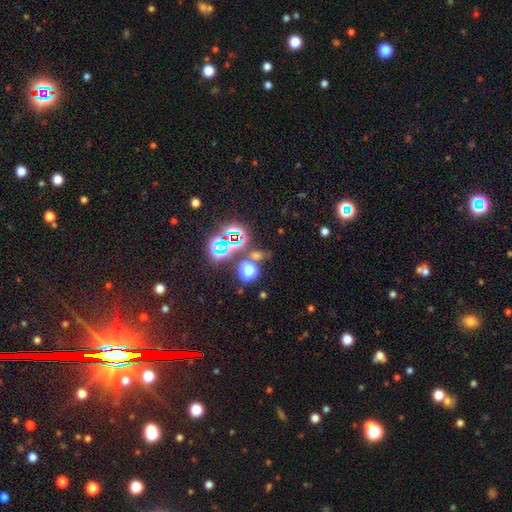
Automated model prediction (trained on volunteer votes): Overall: star or artifact (54%; smooth 36%).